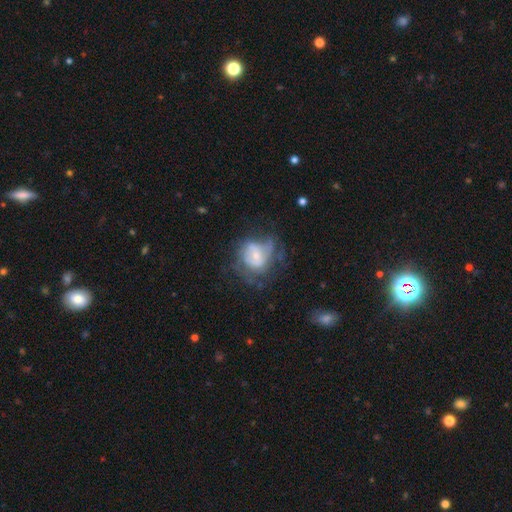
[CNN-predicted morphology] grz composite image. It shows a featured or disk galaxy (58%) with no bar (73%), spiral arms (54%) and a small central bulge (60%). Merging: none (38%).